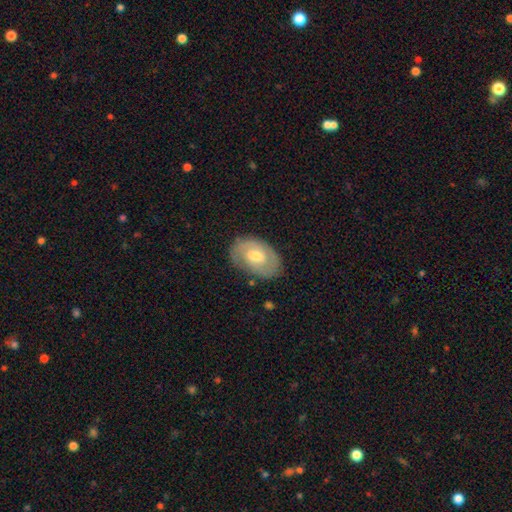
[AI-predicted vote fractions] Q: Smooth or featured?
A: featured or disk (57%); runner-up: smooth (37%)
Q: Edge-on disk?
A: no (94%); runner-up: yes (6%)
Q: Bar?
A: no (55%); runner-up: weak (38%)
Q: Spiral arms?
A: yes (63%); runner-up: no (37%)
Q: Bulge size?
A: moderate (65%); runner-up: small (23%)
Q: Merging?
A: none (77%); runner-up: minor disturbance (17%)